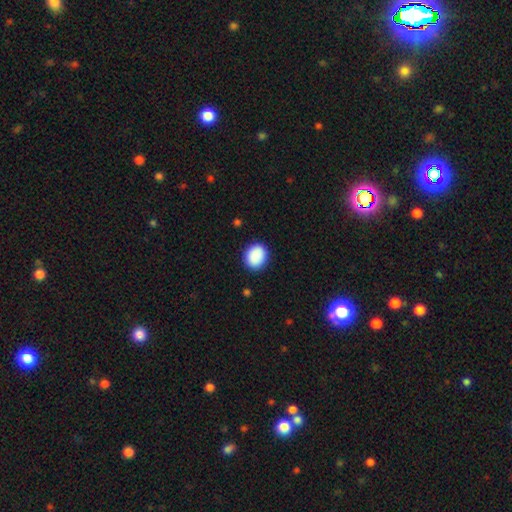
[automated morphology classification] Smooth or featured?
  - smooth: 90% *
  - star or artifact: 7%
  - featured or disk: 3%
How rounded?
  - round: 66% *
  - in between: 33%
  - cigar-shaped: 1%
Merging?
  - none: 89% *
  - minor disturbance: 8%
  - major disturbance: 2%
  - merger: 1%